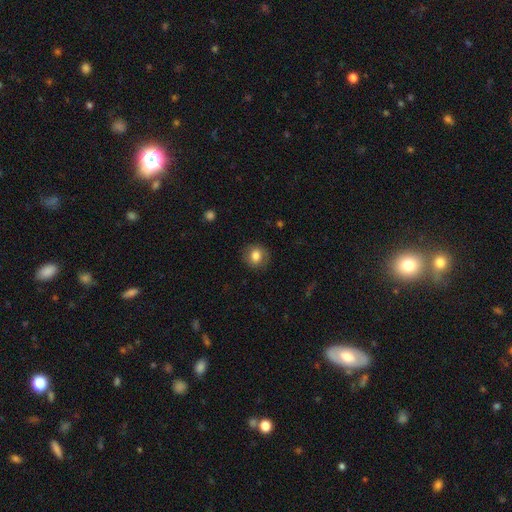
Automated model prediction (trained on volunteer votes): Q: Smooth or featured?
A: smooth (82%); runner-up: featured or disk (9%)
Q: How rounded?
A: round (81%); runner-up: in between (18%)
Q: Merging?
A: none (86%); runner-up: minor disturbance (10%)